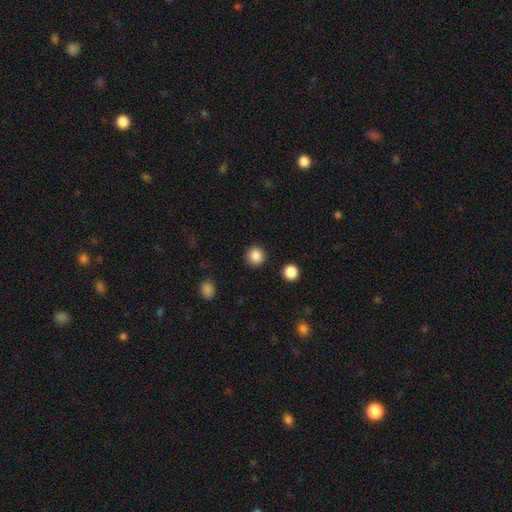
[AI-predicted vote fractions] Smooth or featured?
  - smooth: 86% *
  - star or artifact: 10%
  - featured or disk: 4%
How rounded?
  - round: 95% *
  - in between: 4%
  - cigar-shaped: 1%
Merging?
  - none: 91% *
  - minor disturbance: 5%
  - major disturbance: 2%
  - merger: 2%